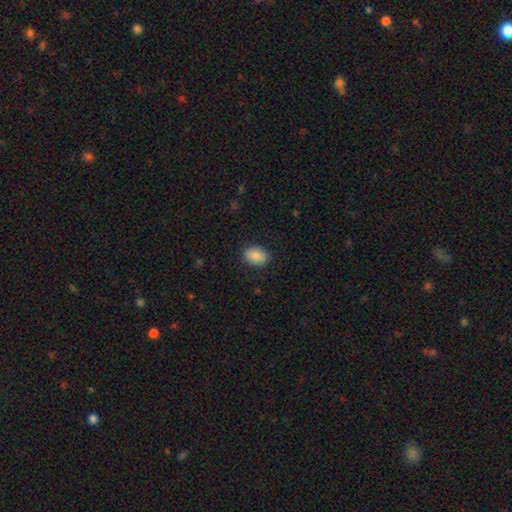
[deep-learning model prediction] smooth_or_featured: smooth (p=0.81) [alt: featured or disk p=0.11]
how_rounded: in between (p=0.65) [alt: round p=0.34]
merging: none (p=0.87) [alt: minor disturbance p=0.10]